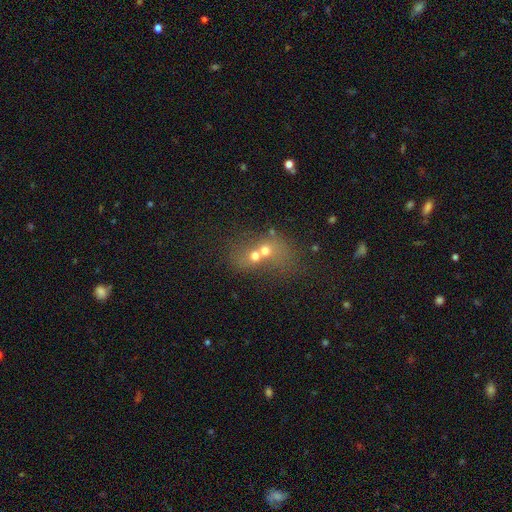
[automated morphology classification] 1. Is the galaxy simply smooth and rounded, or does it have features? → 52% smooth, 31% featured or disk, 17% star or artifact.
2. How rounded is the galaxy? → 59% round, 39% in between, 2% cigar-shaped.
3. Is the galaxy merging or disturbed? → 75% merger, 16% none, 5% minor disturbance, 5% major disturbance.